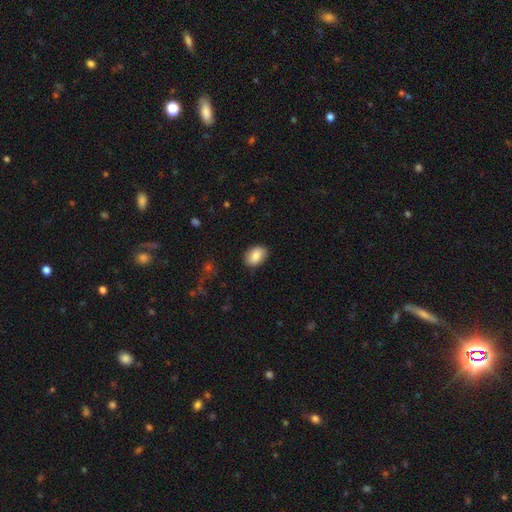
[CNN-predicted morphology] Overall: smooth (86%). How rounded: in between (82%). Merging: none (85%).